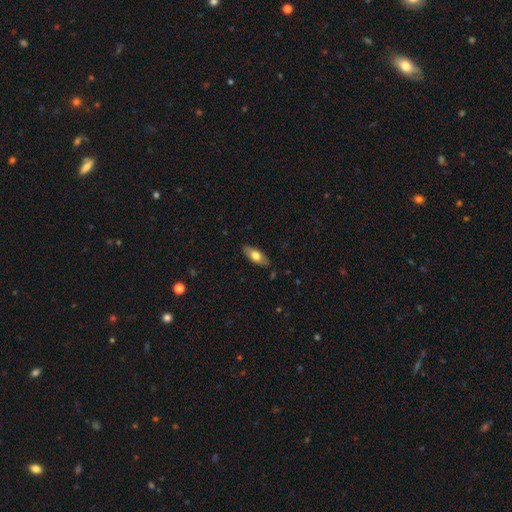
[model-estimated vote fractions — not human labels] smooth-or-featured: smooth: 68% | featured or disk: 26% | star or artifact: 6%
  how-rounded: in between: 81% | cigar-shaped: 16% | round: 3%
  merging: none: 84% | minor disturbance: 13% | major disturbance: 2% | merger: 1%